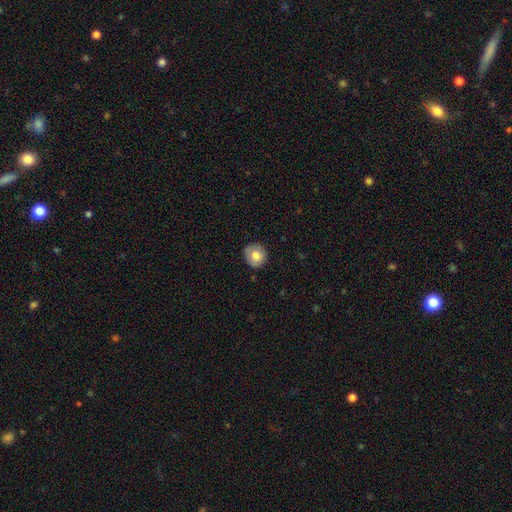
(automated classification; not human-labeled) This appears to be a smooth galaxy with no disk features (77%) that is round (86%). Merging: none (81%).